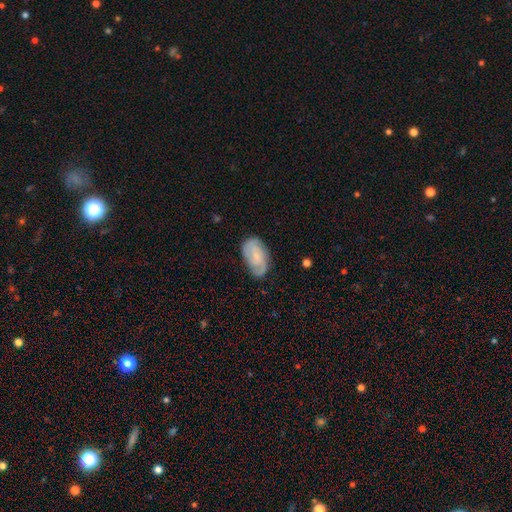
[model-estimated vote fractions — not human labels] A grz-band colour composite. It shows a featured or disk galaxy (58%) with no bar (57%), spiral arms (90%) and a small central bulge (58%). Merging: none (73%).